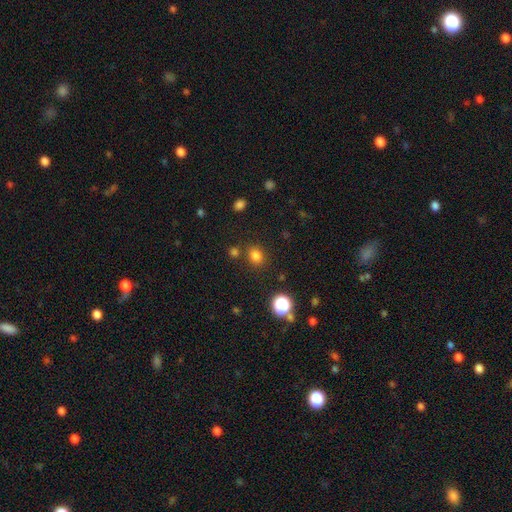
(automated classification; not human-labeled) A smooth galaxy with no disk features (78%) that is round (63%).

Vote fractions:
- Smooth or featured? smooth: 78% / star or artifact: 17% / featured or disk: 5%
- How rounded? round: 63% / in between: 36% / cigar-shaped: 1%
- Merging? none: 81% / minor disturbance: 9% / merger: 6% / major disturbance: 3%